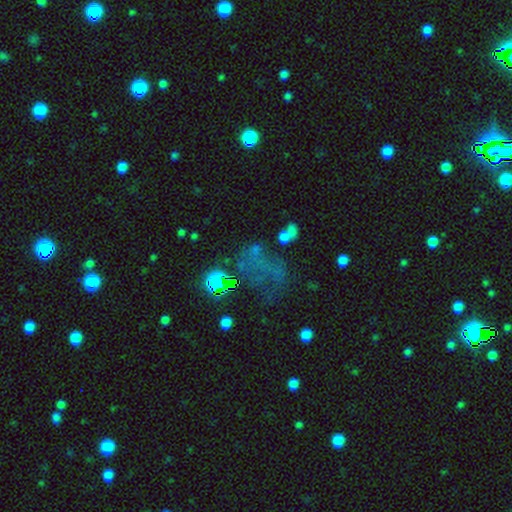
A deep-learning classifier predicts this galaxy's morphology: This is marginally a smooth galaxy (38%). Merging: marginally major disturbance (37%).